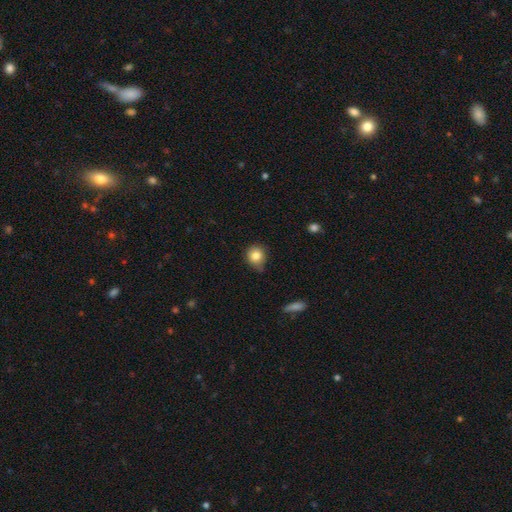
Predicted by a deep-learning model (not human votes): Q: Smooth or featured?
A: smooth (82%); runner-up: star or artifact (10%)
Q: How rounded?
A: round (85%); runner-up: in between (14%)
Q: Merging?
A: none (69%); runner-up: minor disturbance (24%)